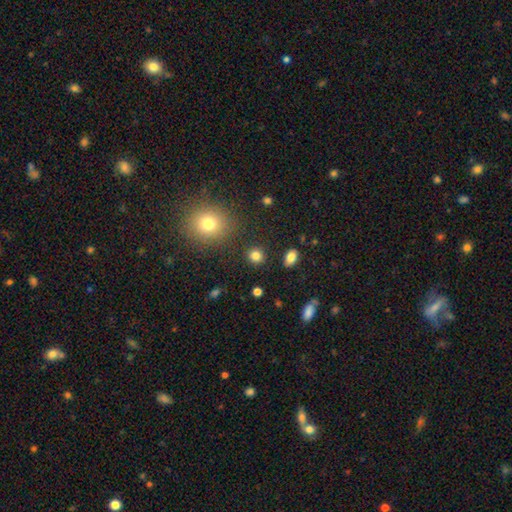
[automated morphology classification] Smooth or featured?
  - smooth: 82% *
  - star or artifact: 12%
  - featured or disk: 5%
How rounded?
  - round: 82% *
  - in between: 17%
  - cigar-shaped: 1%
Merging?
  - none: 89% *
  - minor disturbance: 6%
  - major disturbance: 2%
  - merger: 2%